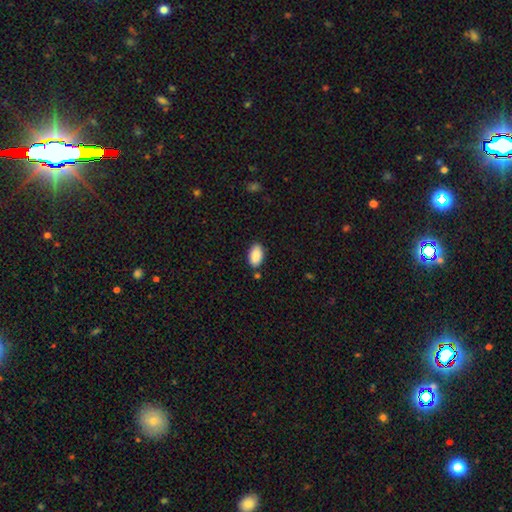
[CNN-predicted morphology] Q: Smooth or featured?
A: smooth (90%); runner-up: star or artifact (7%)
Q: How rounded?
A: in between (94%); runner-up: round (4%)
Q: Merging?
A: none (81%); runner-up: minor disturbance (12%)